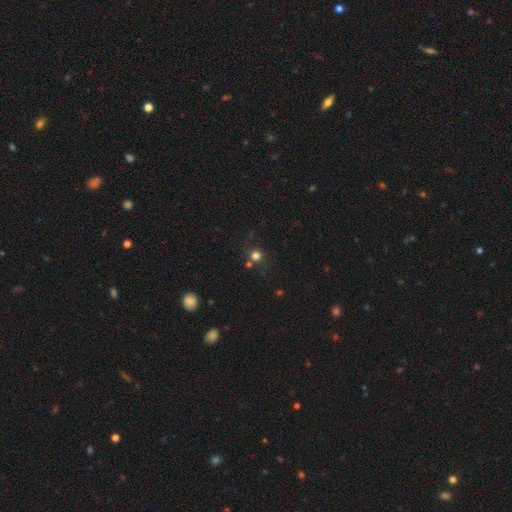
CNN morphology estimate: A smooth galaxy with no disk features (71%) that is round (91%). Merging: none (71%).